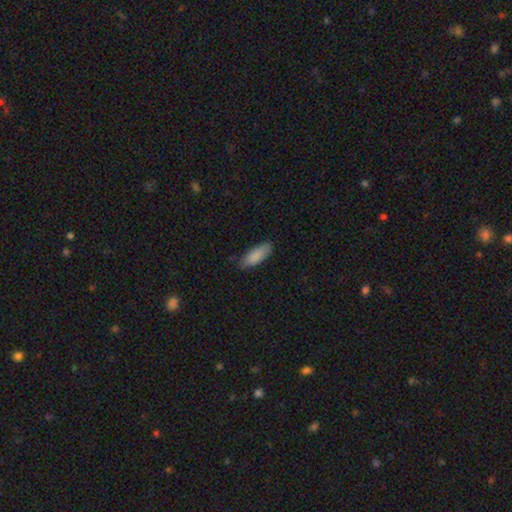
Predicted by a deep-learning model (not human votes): This is clearly a smooth galaxy (88%). How rounded: likely in between (70%). Merging: clearly none (82%).